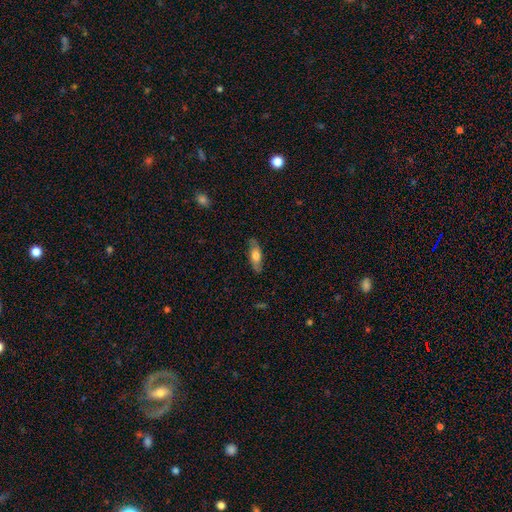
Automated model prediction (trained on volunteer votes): This appears to be a smooth galaxy with no disk features (57%) that is in between round and cigar-shaped (59%). Merging: none (83%).